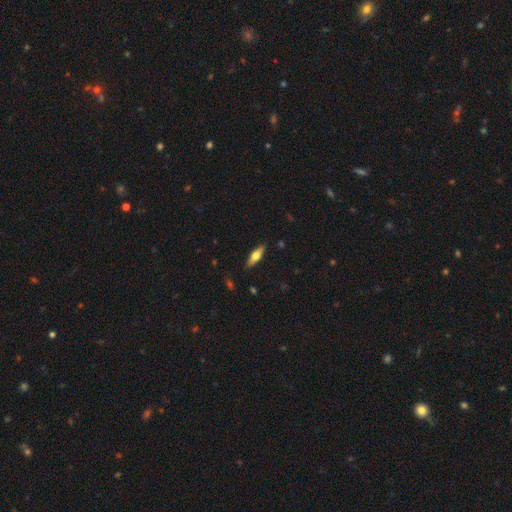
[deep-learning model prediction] smooth 57%, featured or disk 36%, star or artifact 6%. Down the decision tree: how rounded — in between (49%, tied with cigar-shaped); merging — none (87%).